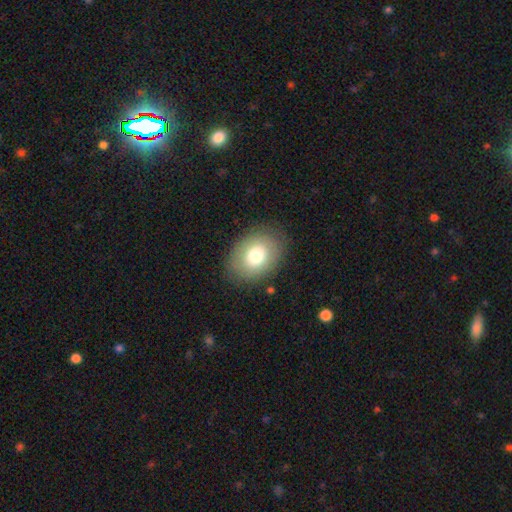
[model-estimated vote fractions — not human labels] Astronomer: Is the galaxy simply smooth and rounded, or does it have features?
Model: smooth — 76%.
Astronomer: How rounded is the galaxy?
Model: in between — 68%.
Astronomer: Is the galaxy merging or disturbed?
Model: none — 84%.